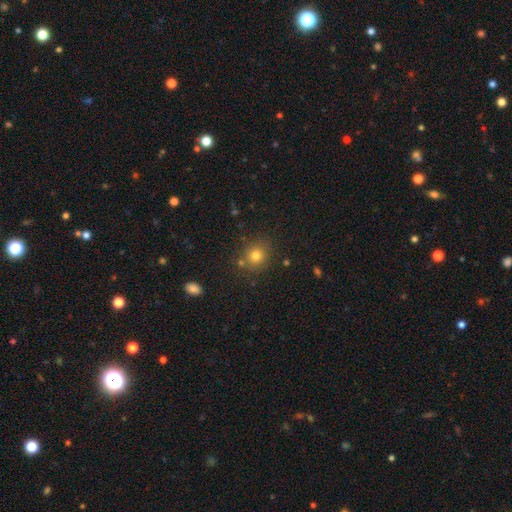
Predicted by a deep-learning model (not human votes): This appears to be a smooth galaxy with no disk features (78%) that is round (84%). Merging: none (79%).